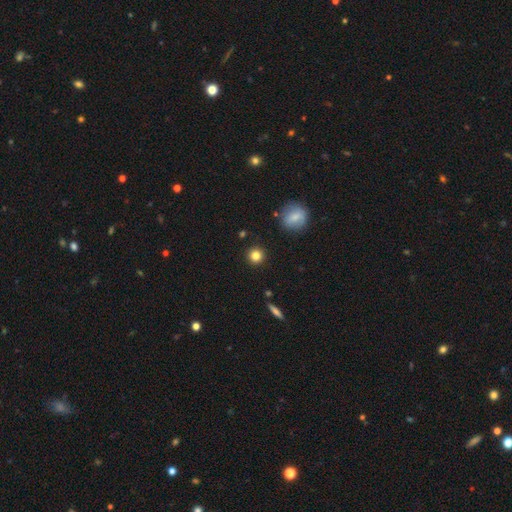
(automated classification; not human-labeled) Smooth or featured?
  - smooth: 83% *
  - star or artifact: 11%
  - featured or disk: 6%
How rounded?
  - round: 94% *
  - in between: 5%
  - cigar-shaped: 1%
Merging?
  - none: 91% *
  - minor disturbance: 5%
  - major disturbance: 2%
  - merger: 2%